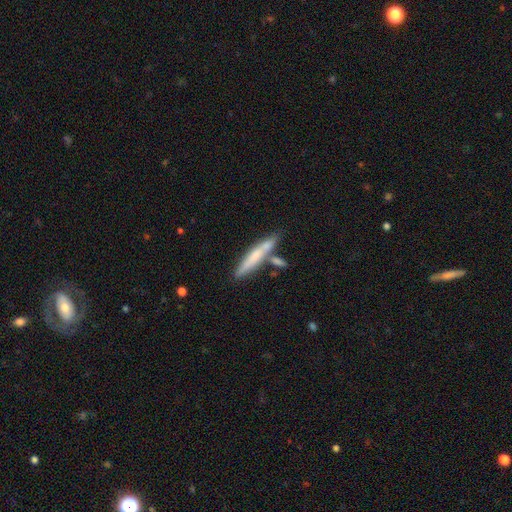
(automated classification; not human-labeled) Morphology: type=smooth (60%); roundness=cigar-shaped (90%); merging=none (64%).